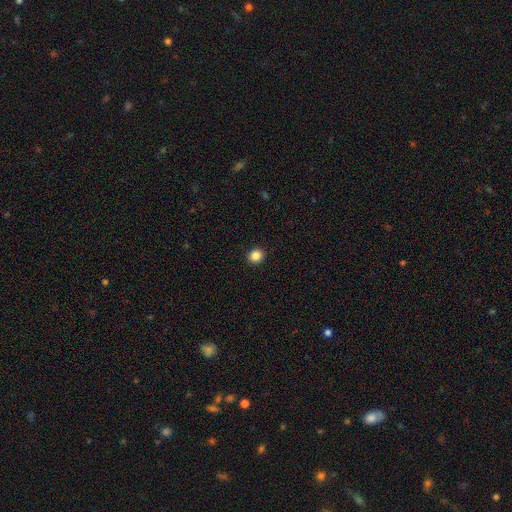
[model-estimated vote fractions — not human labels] Overall: smooth (86%). How rounded: round (83%). Merging: none (93%).